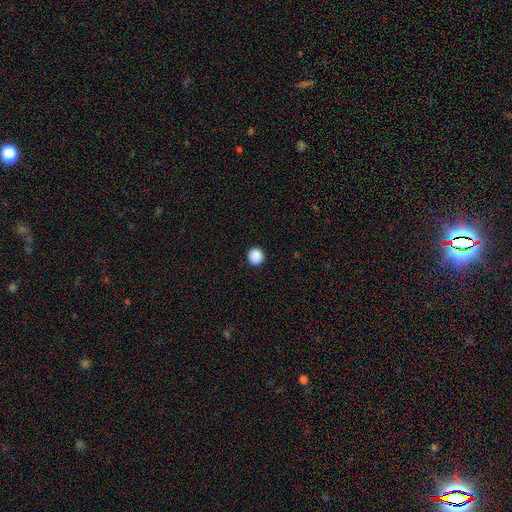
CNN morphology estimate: Smooth or featured? smooth (89%)
How rounded? round (92%)
Merging? none (92%)